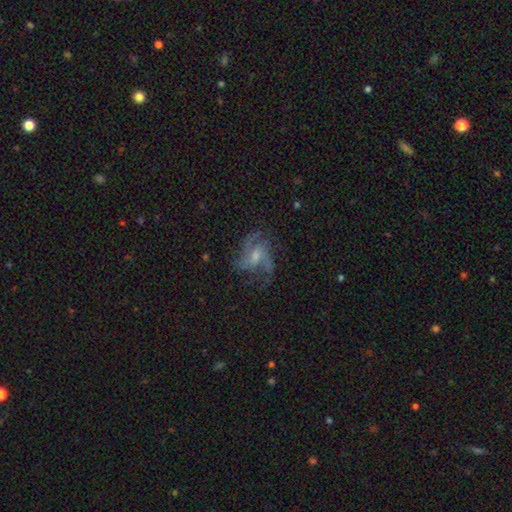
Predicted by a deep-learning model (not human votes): featured or disk 77%, smooth 12%, star or artifact 11%. Down the decision tree: edge-on disk — no (97%); bar — no (50%); spiral arms — yes (92%); spiral arm count — 3 (43%); spiral winding — medium (50%); bulge size — small (45%); merging — none (59%).